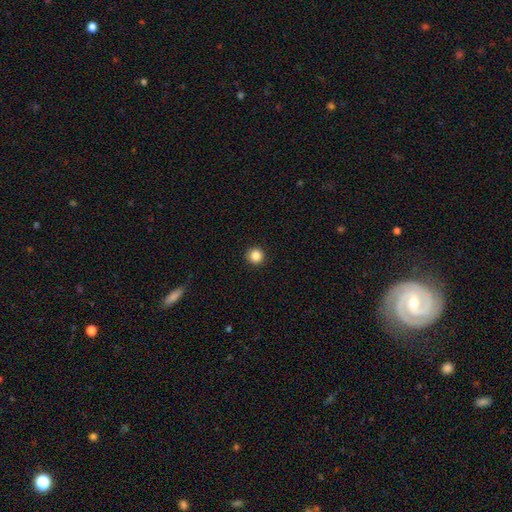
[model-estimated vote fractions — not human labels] Smooth or featured? smooth (86%)
How rounded? round (95%)
Merging? none (93%)